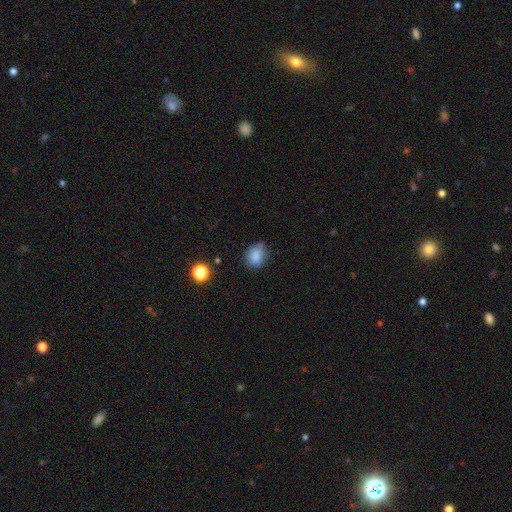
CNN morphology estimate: Smooth or featured?
  - smooth: 81% *
  - star or artifact: 11%
  - featured or disk: 8%
How rounded?
  - in between: 57% *
  - round: 42%
  - cigar-shaped: 1%
Merging?
  - none: 58% *
  - minor disturbance: 31%
  - major disturbance: 8%
  - merger: 3%